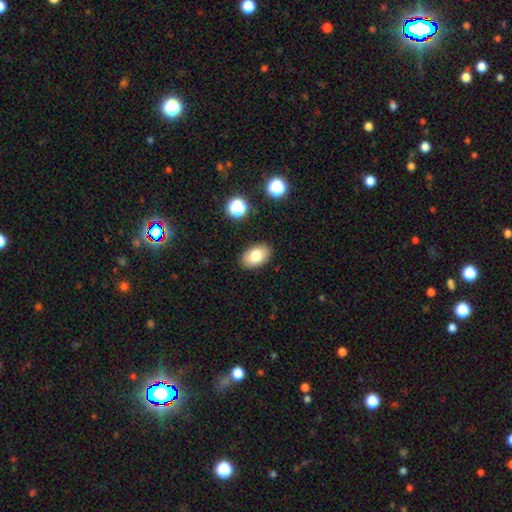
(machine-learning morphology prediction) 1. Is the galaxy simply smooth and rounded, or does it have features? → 79% smooth, 12% featured or disk, 9% star or artifact.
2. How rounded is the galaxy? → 89% in between, 10% round, 1% cigar-shaped.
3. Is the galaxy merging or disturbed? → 88% none, 9% minor disturbance, 2% major disturbance, 1% merger.